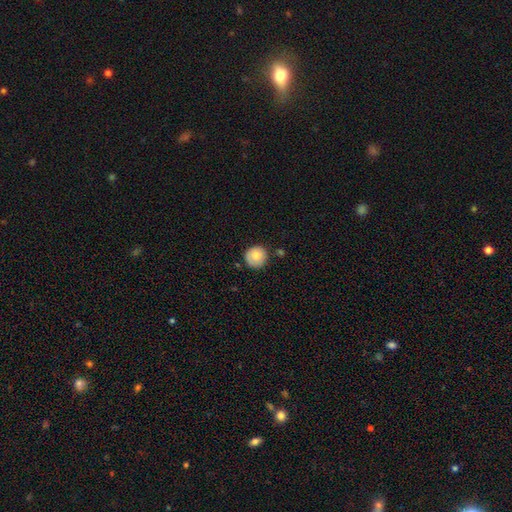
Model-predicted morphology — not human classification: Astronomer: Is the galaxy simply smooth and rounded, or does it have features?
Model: smooth — 79%.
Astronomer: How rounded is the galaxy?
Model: round — 94%.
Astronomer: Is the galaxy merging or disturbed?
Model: none — 79%.